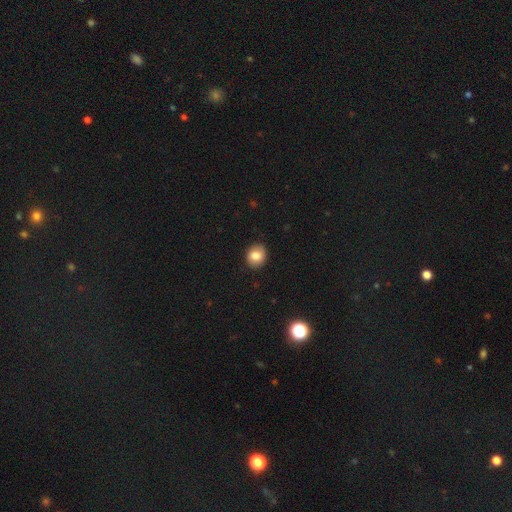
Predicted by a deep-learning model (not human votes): smooth_or_featured: smooth (p=0.83) [alt: featured or disk p=0.09]
how_rounded: round (p=0.66) [alt: in between p=0.33]
merging: none (p=0.86) [alt: minor disturbance p=0.11]